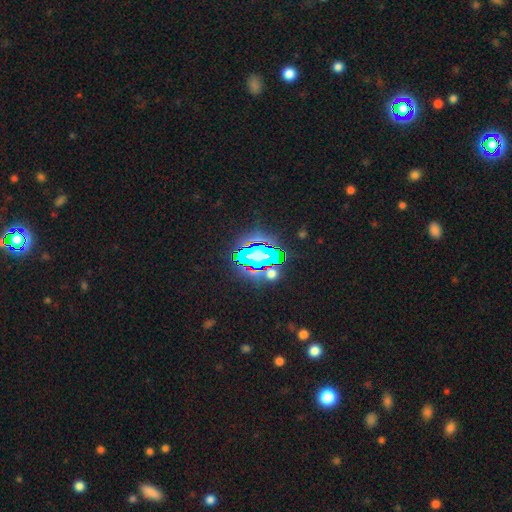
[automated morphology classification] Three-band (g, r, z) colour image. It shows a star or artifact, not a galaxy (58%).